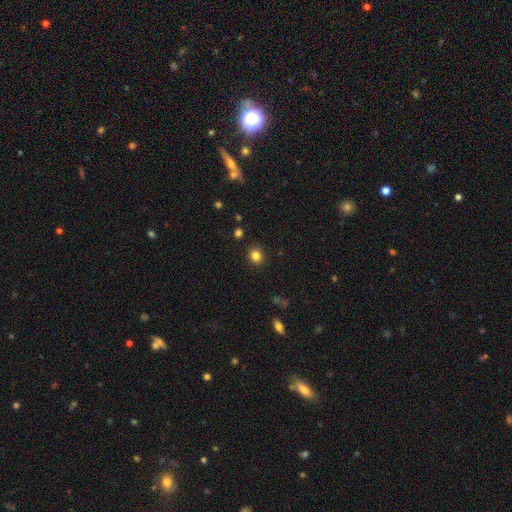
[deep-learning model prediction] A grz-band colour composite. It shows a smooth galaxy with no disk features (82%) that is round (82%). Merging: none (90%).